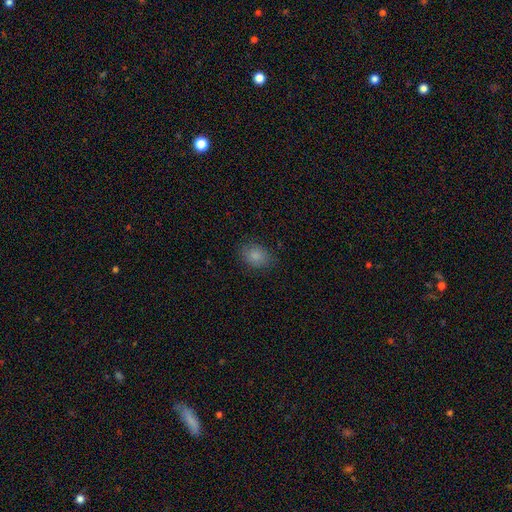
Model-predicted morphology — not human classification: A smooth galaxy with no disk features (86%) that is in between round and cigar-shaped (63%).

Vote fractions:
- Smooth or featured? smooth: 86% / star or artifact: 9% / featured or disk: 5%
- How rounded? in between: 63% / round: 36% / cigar-shaped: 1%
- Merging? none: 80% / minor disturbance: 15% / major disturbance: 4% / merger: 1%